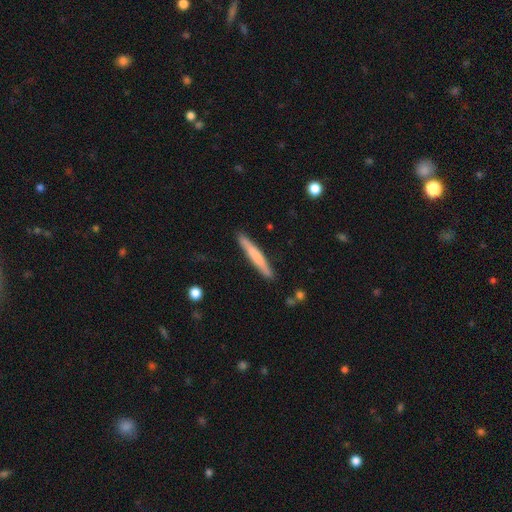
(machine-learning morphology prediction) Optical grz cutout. It shows a smooth galaxy with no disk features (64%) that is cigar-shaped (96%). Merging: none (88%).